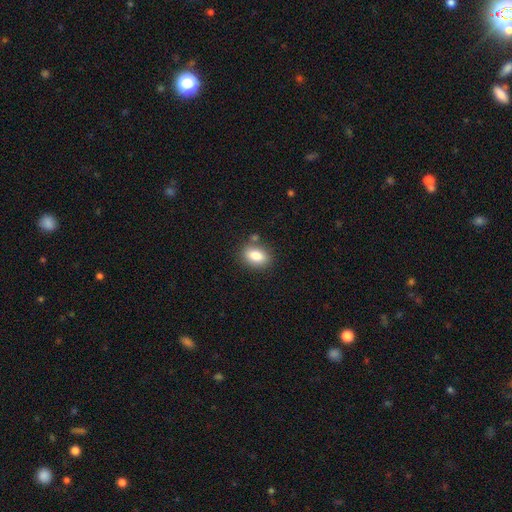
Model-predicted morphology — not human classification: smooth 84%, star or artifact 8%, featured or disk 8%. Down the decision tree: how rounded — in between (79%); merging — none (79%).